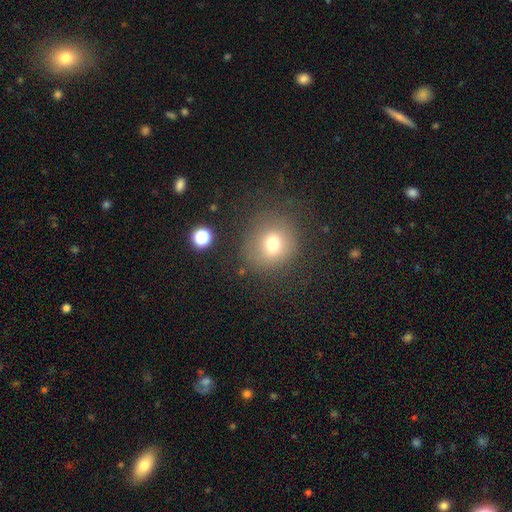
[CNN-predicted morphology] Q: Smooth or featured?
A: smooth (68%); runner-up: star or artifact (19%)
Q: How rounded?
A: round (87%); runner-up: in between (12%)
Q: Merging?
A: none (84%); runner-up: minor disturbance (9%)